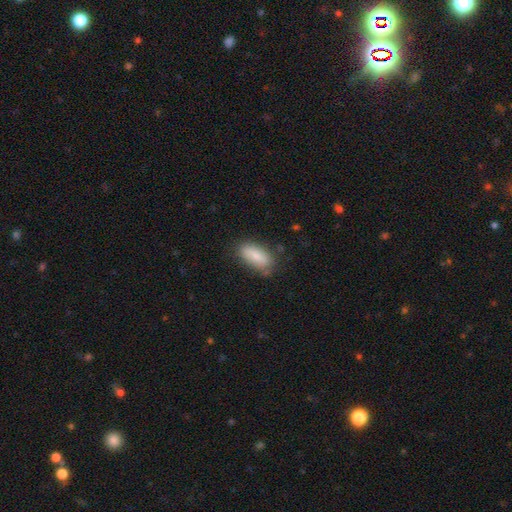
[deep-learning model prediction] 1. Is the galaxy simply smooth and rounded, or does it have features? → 83% smooth, 11% featured or disk, 6% star or artifact.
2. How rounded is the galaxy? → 85% in between, 12% cigar-shaped, 3% round.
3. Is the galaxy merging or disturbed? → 74% none, 19% minor disturbance, 5% major disturbance, 2% merger.